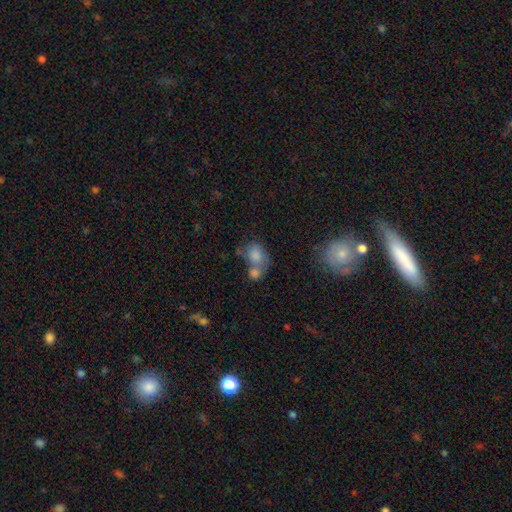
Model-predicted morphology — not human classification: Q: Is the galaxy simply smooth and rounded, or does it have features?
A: smooth — 76%.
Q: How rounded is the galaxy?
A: in between — 65%.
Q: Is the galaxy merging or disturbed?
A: merger — 55%.